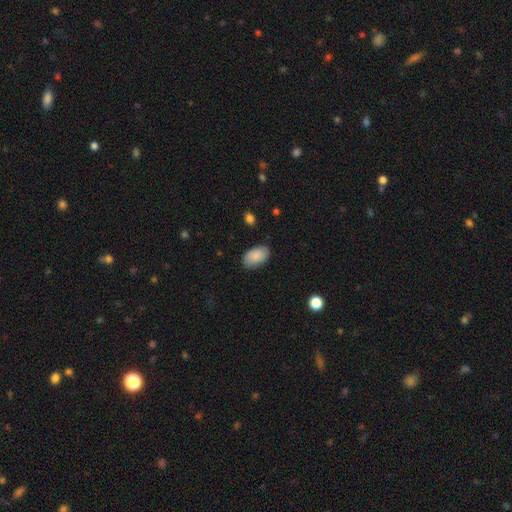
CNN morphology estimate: A smooth galaxy with no disk features (88%) that is in between round and cigar-shaped (93%).

Vote fractions:
- Smooth or featured? smooth: 88% / star or artifact: 6% / featured or disk: 6%
- How rounded? in between: 93% / round: 5% / cigar-shaped: 1%
- Merging? none: 84% / minor disturbance: 12% / major disturbance: 3% / merger: 1%